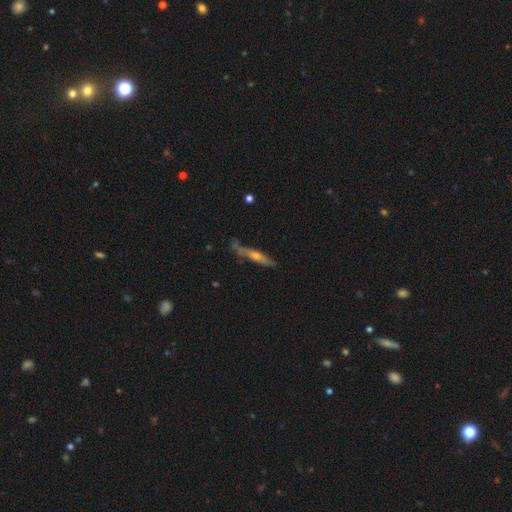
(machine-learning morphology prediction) type=featured or disk (63%); edge-on=yes (89%); edge-on bulge=rounded (78%); merging=none (72%).